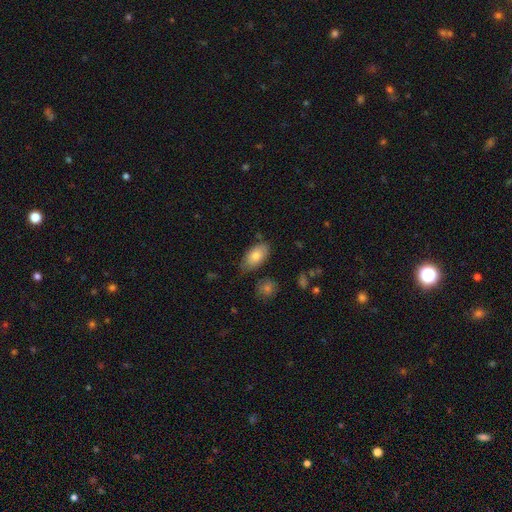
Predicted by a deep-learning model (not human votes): smooth_or_featured: smooth (p=0.79) [alt: featured or disk p=0.14]
how_rounded: in between (p=0.93) [alt: round p=0.04]
merging: none (p=0.71) [alt: minor disturbance p=0.22]